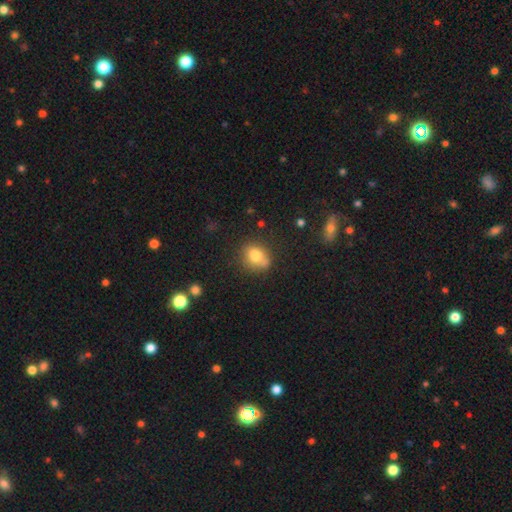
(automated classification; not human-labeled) smooth 75%, featured or disk 14%, star or artifact 11%. Down the decision tree: how rounded — round (53%); merging — none (61%).